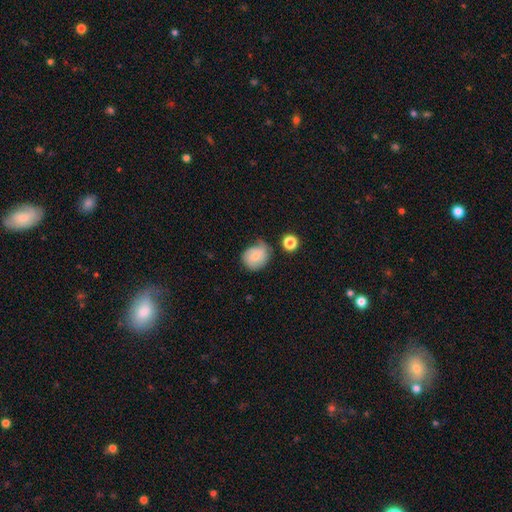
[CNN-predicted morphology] Q: Smooth or featured?
A: smooth (60%); runner-up: featured or disk (32%)
Q: How rounded?
A: round (71%); runner-up: in between (28%)
Q: Merging?
A: none (44%); runner-up: minor disturbance (36%)